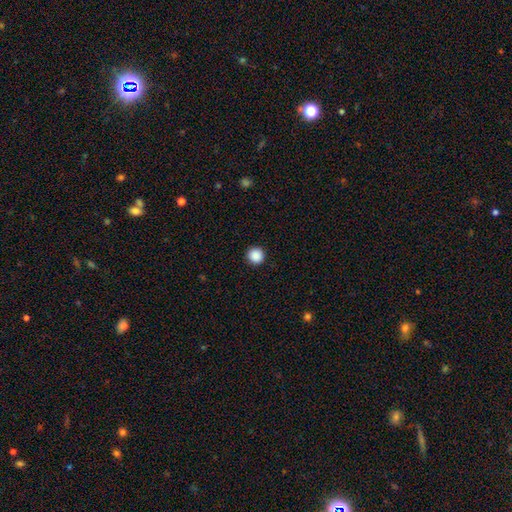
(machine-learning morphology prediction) Smooth or featured? smooth (88%)
How rounded? round (95%)
Merging? none (93%)